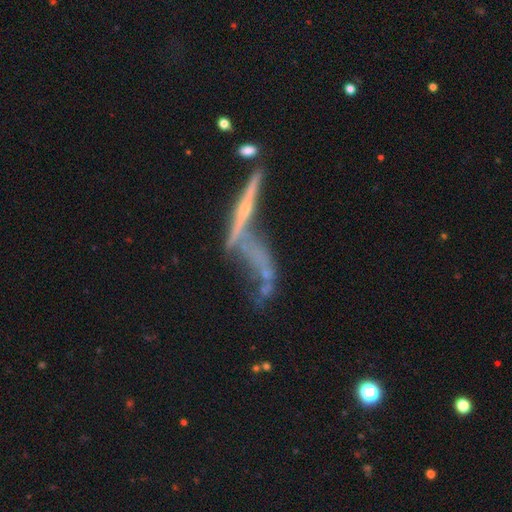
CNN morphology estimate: featured or disk 62%, smooth 19%, star or artifact 19%. Down the decision tree: edge-on disk — no (55%); merging — merger (43%).